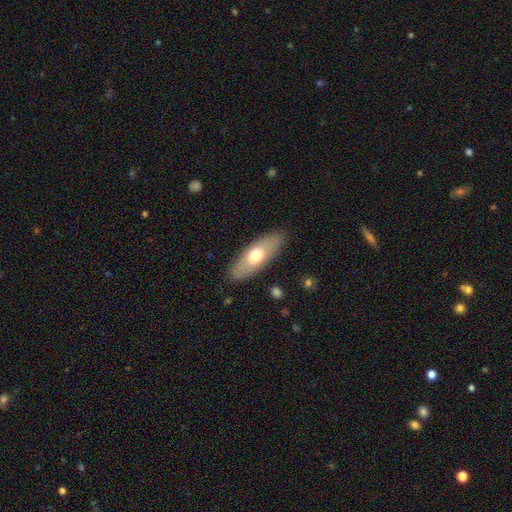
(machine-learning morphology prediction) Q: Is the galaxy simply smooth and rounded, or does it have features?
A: smooth — 62%.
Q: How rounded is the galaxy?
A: in between — 67%.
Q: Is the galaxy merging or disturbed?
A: none — 87%.